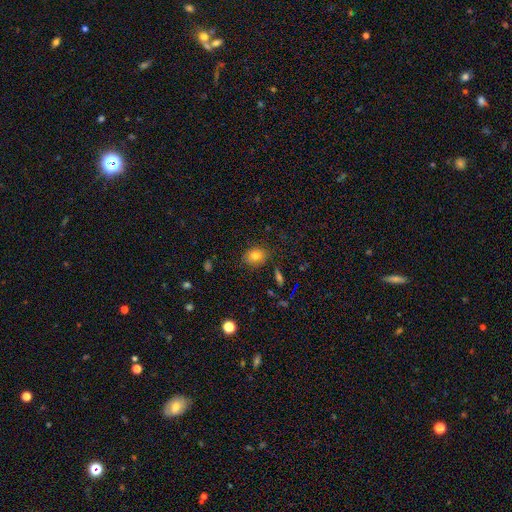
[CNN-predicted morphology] smooth 77%, star or artifact 12%, featured or disk 11%. Down the decision tree: how rounded — in between (50%); merging — none (78%).